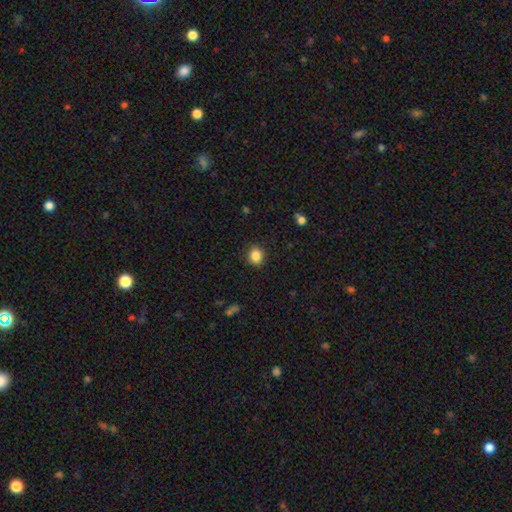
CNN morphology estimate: This is clearly a smooth galaxy (87%). How rounded: likely round (69%). Merging: clearly none (89%).